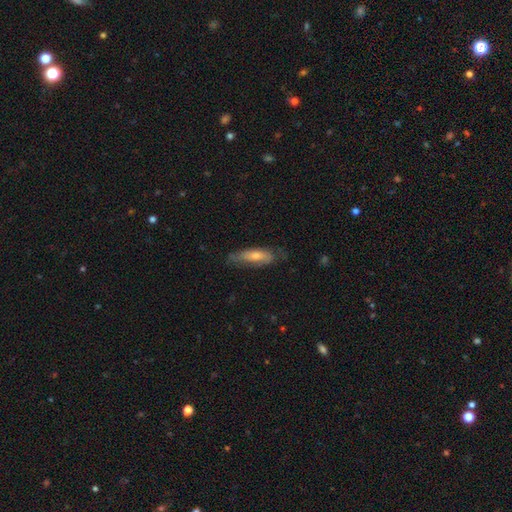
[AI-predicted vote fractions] A smooth galaxy with no disk features (51%) that is cigar-shaped (54%). Merging: none (66%).